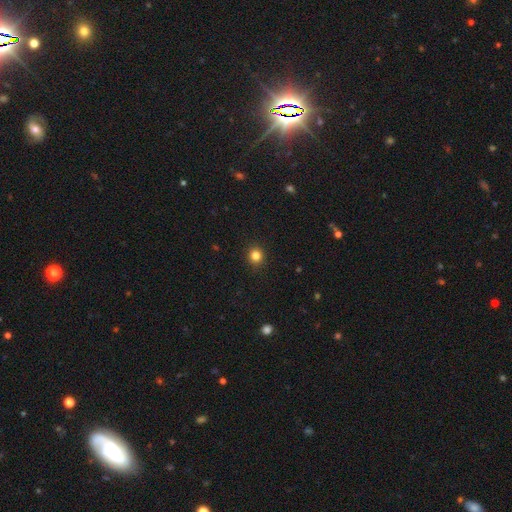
smooth-or-featured: smooth: 87% | star or artifact: 8% | featured or disk: 5%
  how-rounded: round: 97% | in between: 3% | cigar-shaped: 0%
  merging: none: 94% | minor disturbance: 6% | major disturbance: 0% | merger: 0%